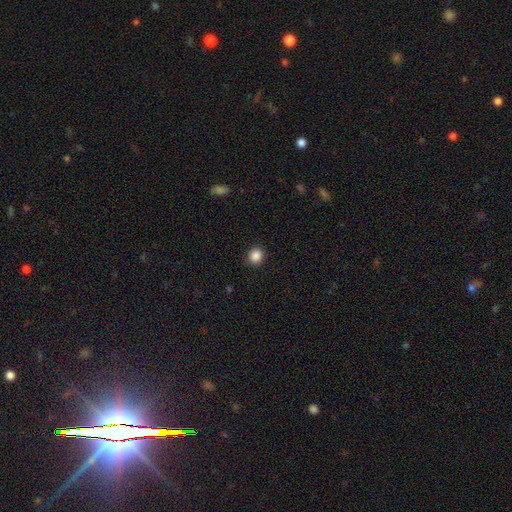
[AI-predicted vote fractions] Q: Smooth or featured?
A: smooth (87%); runner-up: star or artifact (10%)
Q: How rounded?
A: round (86%); runner-up: in between (13%)
Q: Merging?
A: none (90%); runner-up: minor disturbance (7%)